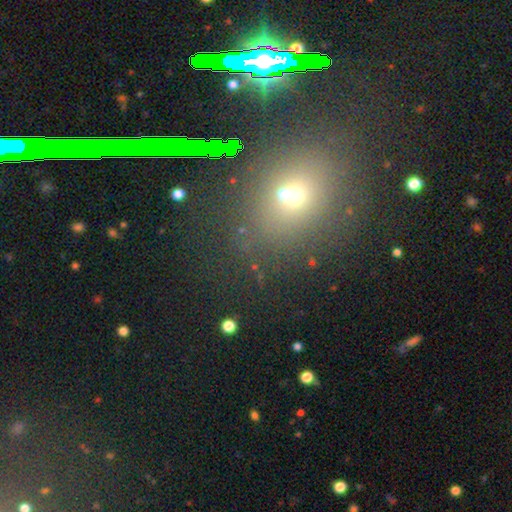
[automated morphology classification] smooth_or_featured: smooth (p=0.46) [alt: star or artifact p=0.41]
merging: none (p=0.82) [alt: minor disturbance p=0.10]